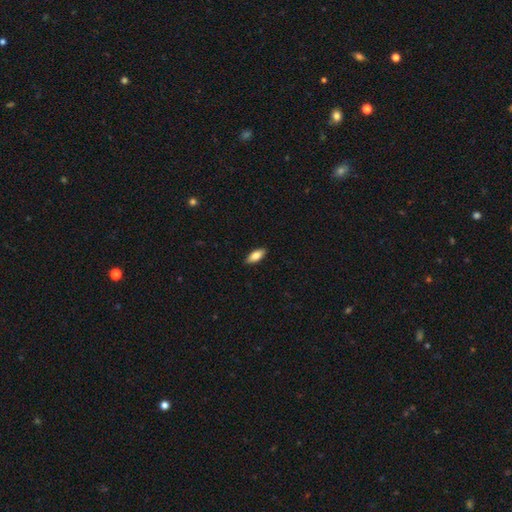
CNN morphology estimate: A smooth galaxy with no disk features (78%) that is in between round and cigar-shaped (80%).

Vote fractions:
- Smooth or featured? smooth: 78% / featured or disk: 15% / star or artifact: 6%
- How rounded? in between: 80% / cigar-shaped: 18% / round: 2%
- Merging? none: 90% / minor disturbance: 8% / major disturbance: 2% / merger: 1%